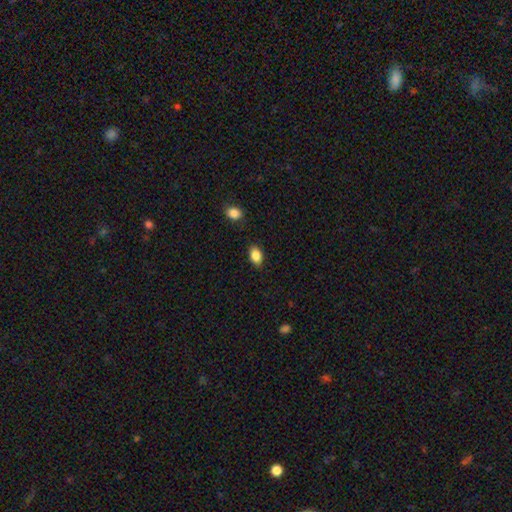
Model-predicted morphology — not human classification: This is clearly a smooth galaxy (86%). How rounded: clearly in between (87%). Merging: clearly none (84%).